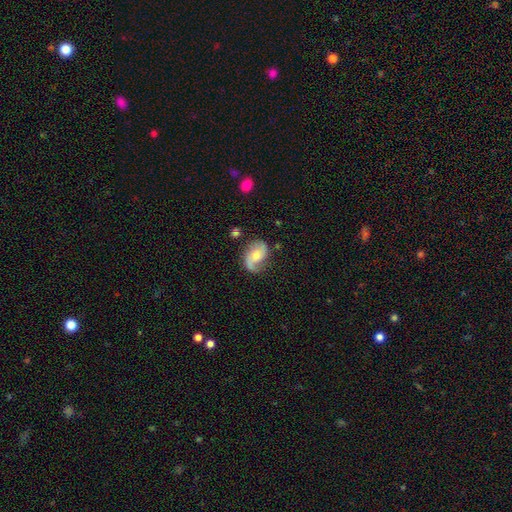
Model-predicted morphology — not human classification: type=featured or disk (69%); edge-on=no (97%); bar=no (61%); spiral arms=yes (92%); winding=loose (47%); arm count=2 (73%); bulge=moderate (52%); merging=none (62%).